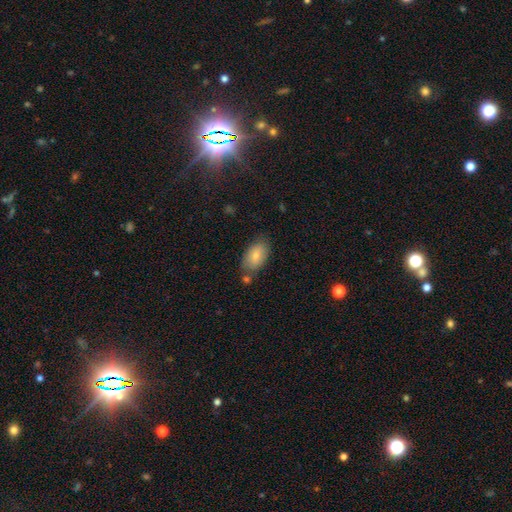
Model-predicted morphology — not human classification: Smooth or featured?
  - smooth: 80% *
  - featured or disk: 13%
  - star or artifact: 7%
How rounded?
  - in between: 93% *
  - round: 5%
  - cigar-shaped: 2%
Merging?
  - none: 69% *
  - minor disturbance: 18%
  - merger: 9%
  - major disturbance: 4%